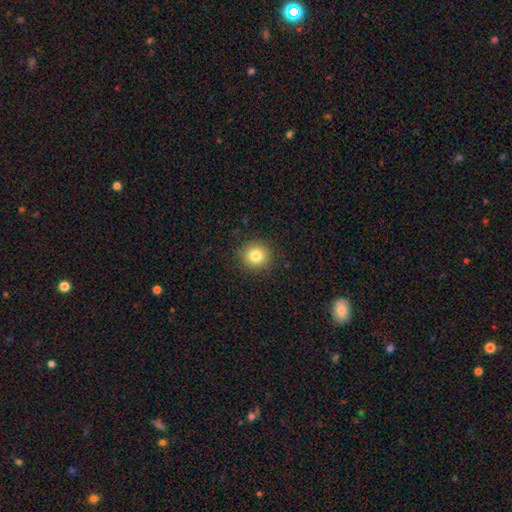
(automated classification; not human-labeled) smooth-or-featured: smooth: 82% | star or artifact: 11% | featured or disk: 7%
  how-rounded: round: 92% | in between: 7% | cigar-shaped: 1%
  merging: none: 90% | minor disturbance: 7% | major disturbance: 2% | merger: 1%